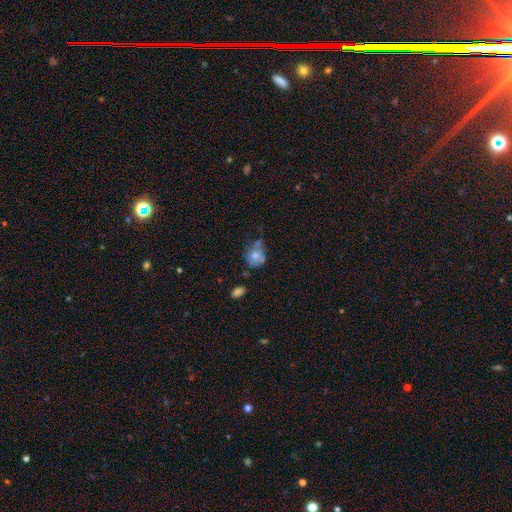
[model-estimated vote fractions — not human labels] This is likely a smooth galaxy (66%). How rounded: possibly round (56%). Merging: marginally none (40%).